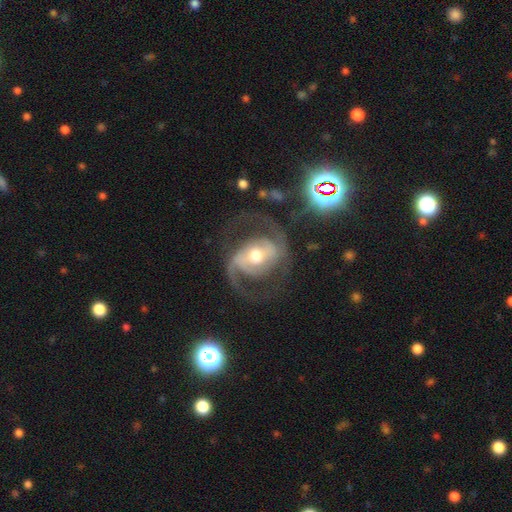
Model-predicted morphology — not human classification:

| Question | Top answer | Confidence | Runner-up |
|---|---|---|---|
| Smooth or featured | featured or disk | 88% | star or artifact (6%) |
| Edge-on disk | no | 97% | yes (3%) |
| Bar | weak | 38% | strong (32%) |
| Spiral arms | yes | 96% | no (4%) |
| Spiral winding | medium | 58% | loose (23%) |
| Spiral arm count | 2 | 88% | 3 (3%) |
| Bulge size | moderate | 71% | small (17%) |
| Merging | none | 71% | minor disturbance (14%) |